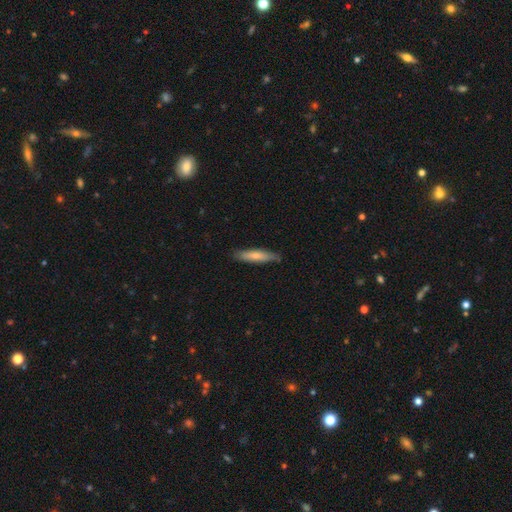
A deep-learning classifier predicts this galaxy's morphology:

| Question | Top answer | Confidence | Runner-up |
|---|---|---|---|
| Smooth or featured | smooth | 70% | featured or disk (25%) |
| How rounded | cigar-shaped | 80% | in between (19%) |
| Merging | none | 82% | minor disturbance (15%) |